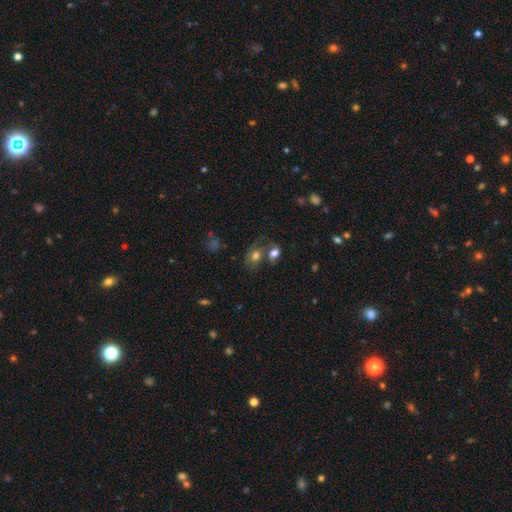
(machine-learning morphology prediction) A smooth galaxy with no disk features (70%) that is in between round and cigar-shaped (62%).

Vote fractions:
- Smooth or featured? smooth: 70% / featured or disk: 19% / star or artifact: 11%
- How rounded? in between: 62% / round: 36% / cigar-shaped: 1%
- Merging? merger: 46% / none: 32% / minor disturbance: 13% / major disturbance: 10%